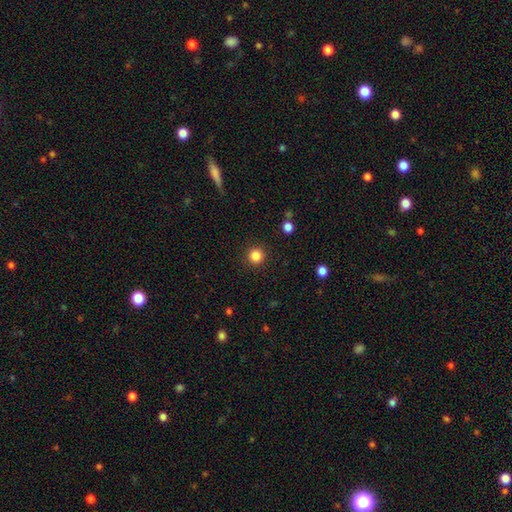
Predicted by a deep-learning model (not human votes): Smooth or featured: smooth — 85% (star or artifact — 11%)
How rounded: round — 95% (in between — 4%)
Merging: none — 92% (minor disturbance — 5%)